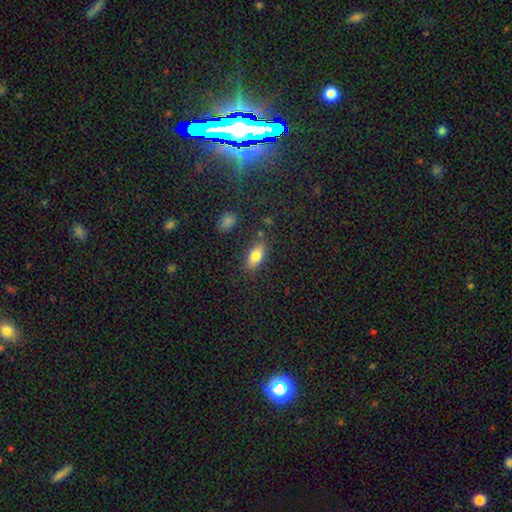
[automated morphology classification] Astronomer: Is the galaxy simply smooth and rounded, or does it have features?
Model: smooth — 80%.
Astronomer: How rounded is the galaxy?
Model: in between — 87%.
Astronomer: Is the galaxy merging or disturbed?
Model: none — 81%.